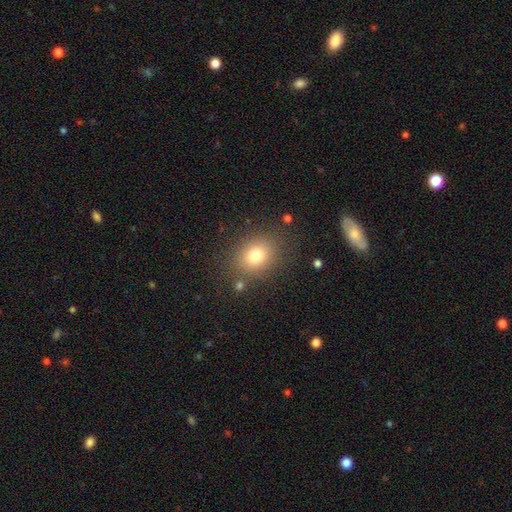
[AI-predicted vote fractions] This is likely a smooth galaxy (78%). How rounded: possibly round (53%). Merging: clearly none (82%).